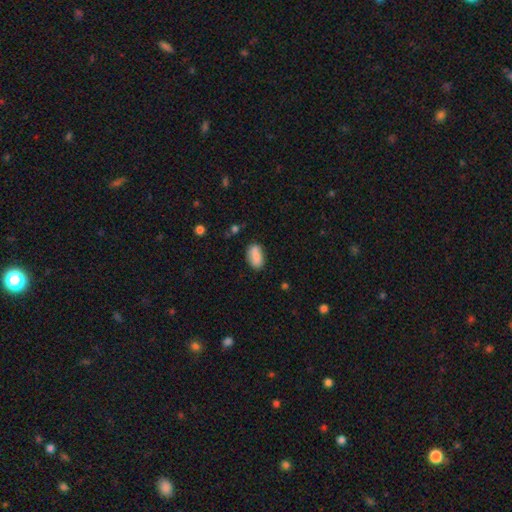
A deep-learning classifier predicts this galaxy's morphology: smooth 83%, featured or disk 10%, star or artifact 7%. Down the decision tree: how rounded — in between (91%); merging — none (79%).